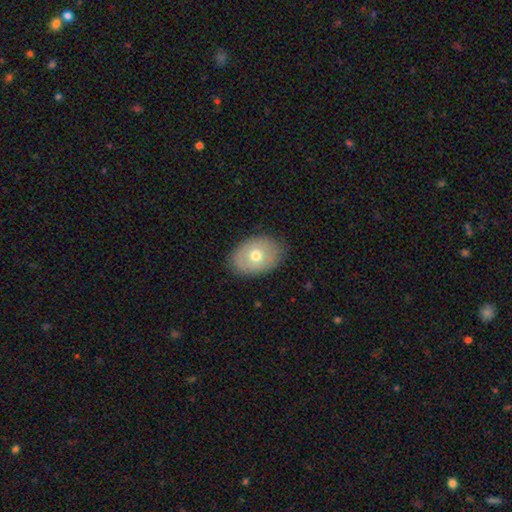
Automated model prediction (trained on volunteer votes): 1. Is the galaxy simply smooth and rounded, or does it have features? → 64% smooth, 28% featured or disk, 7% star or artifact.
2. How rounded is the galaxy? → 76% in between, 23% round, 1% cigar-shaped.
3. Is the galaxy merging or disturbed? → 83% none, 13% minor disturbance, 3% major disturbance, 1% merger.